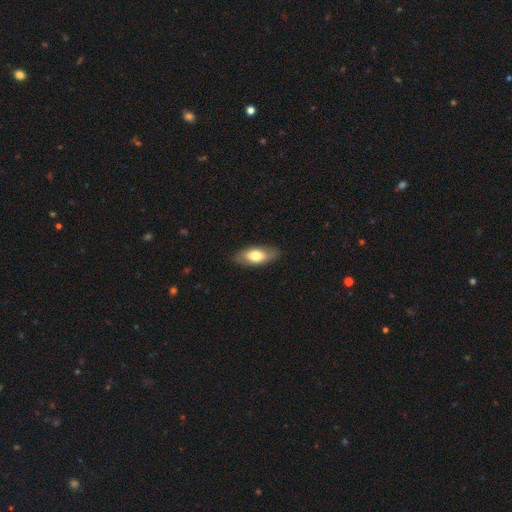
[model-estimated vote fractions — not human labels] This appears to be a smooth galaxy with no disk features (69%) that is in between round and cigar-shaped (85%). Merging: none (85%).